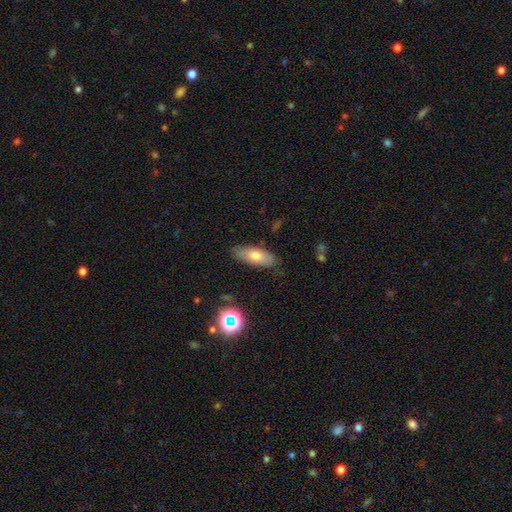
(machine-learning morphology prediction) This appears to be a smooth galaxy with no disk features (70%) that is in between round and cigar-shaped (75%). Merging: none (82%).